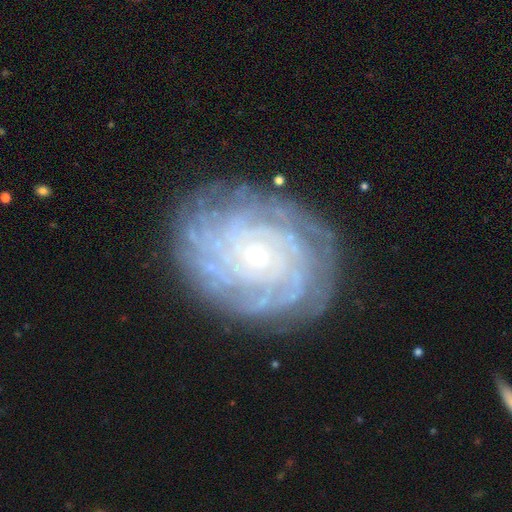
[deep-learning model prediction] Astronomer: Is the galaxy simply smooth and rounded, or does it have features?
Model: featured or disk — 86%.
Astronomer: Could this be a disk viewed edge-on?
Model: no — 97%.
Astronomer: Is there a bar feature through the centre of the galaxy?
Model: no — 78%.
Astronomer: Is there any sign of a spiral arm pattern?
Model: yes — 96%.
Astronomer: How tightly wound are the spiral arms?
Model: tight — 85%.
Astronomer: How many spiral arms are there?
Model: can't tell — 30% (runner-up: more than 4, 26%).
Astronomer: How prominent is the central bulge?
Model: small — 75%.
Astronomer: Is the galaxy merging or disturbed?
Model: none — 82%.